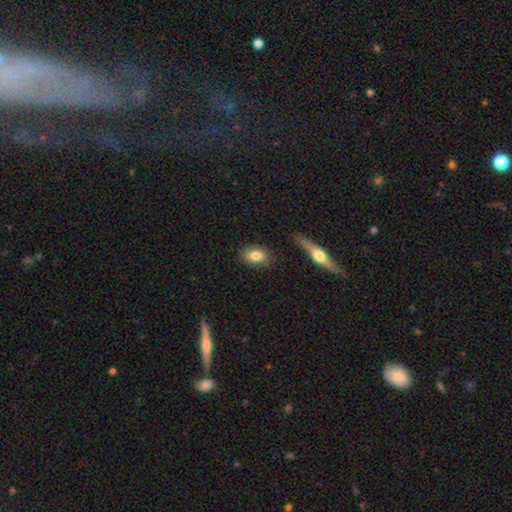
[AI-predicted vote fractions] Smooth or featured? Predicted: smooth (p=0.80). How rounded? Predicted: in between (p=0.84). Merging? Predicted: none (p=0.82).